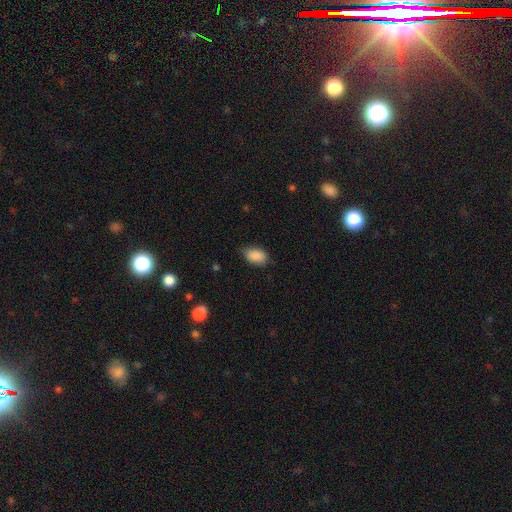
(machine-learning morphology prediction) type=smooth (89%); roundness=in between (90%); merging=none (76%).